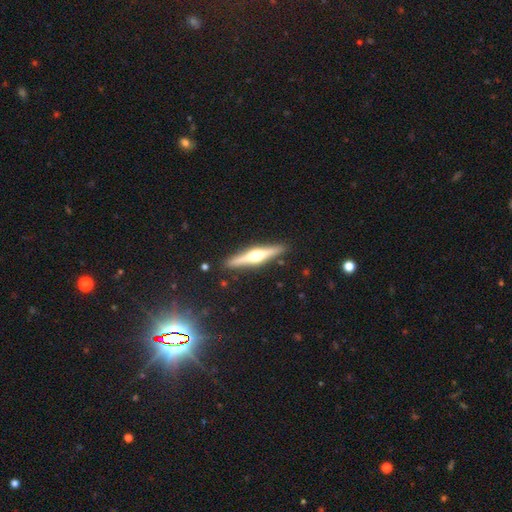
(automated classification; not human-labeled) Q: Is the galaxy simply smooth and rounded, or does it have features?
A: featured or disk — 71%.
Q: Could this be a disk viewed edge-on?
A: yes — 97%.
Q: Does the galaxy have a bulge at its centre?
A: rounded — 94%.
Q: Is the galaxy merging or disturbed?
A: none — 90%.